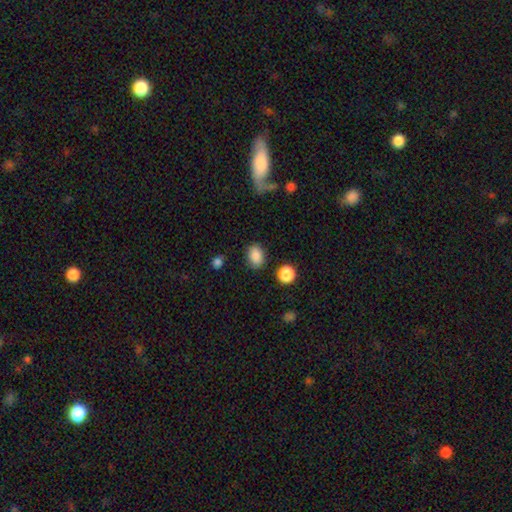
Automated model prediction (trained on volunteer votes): A smooth galaxy with no disk features (87%) that is in between round and cigar-shaped (72%).

Vote fractions:
- Smooth or featured? smooth: 87% / star or artifact: 9% / featured or disk: 4%
- How rounded? in between: 72% / round: 27% / cigar-shaped: 1%
- Merging? none: 83% / minor disturbance: 11% / major disturbance: 3% / merger: 3%